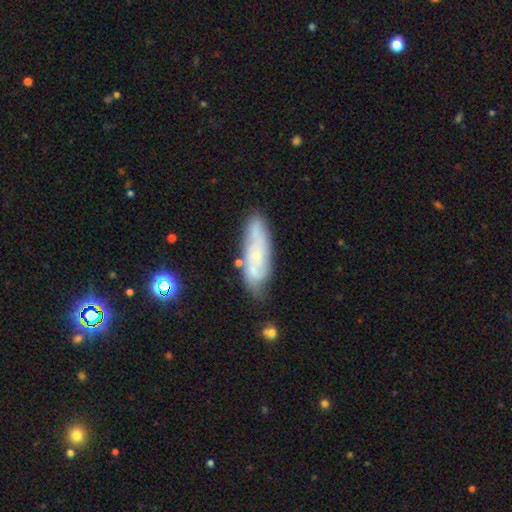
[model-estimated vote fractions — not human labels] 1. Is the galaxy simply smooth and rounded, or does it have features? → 55% featured or disk, 38% smooth, 8% star or artifact.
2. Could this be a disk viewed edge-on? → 80% no, 20% yes.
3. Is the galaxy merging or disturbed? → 70% none, 20% minor disturbance, 6% merger, 5% major disturbance.